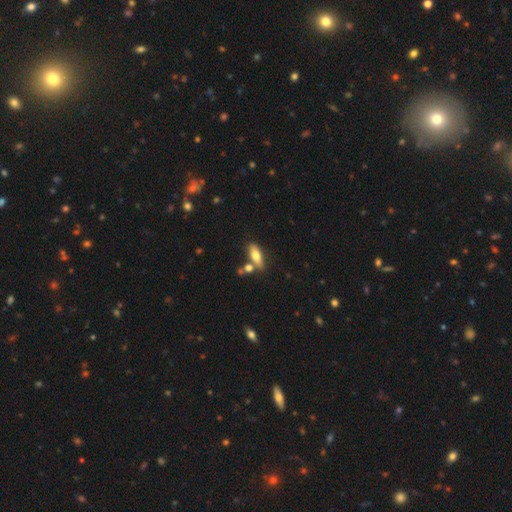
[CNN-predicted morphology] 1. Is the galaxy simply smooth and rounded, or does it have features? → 70% smooth, 23% featured or disk, 7% star or artifact.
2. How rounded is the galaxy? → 68% in between, 29% cigar-shaped, 3% round.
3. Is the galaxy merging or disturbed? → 64% none, 19% merger, 13% minor disturbance, 4% major disturbance.